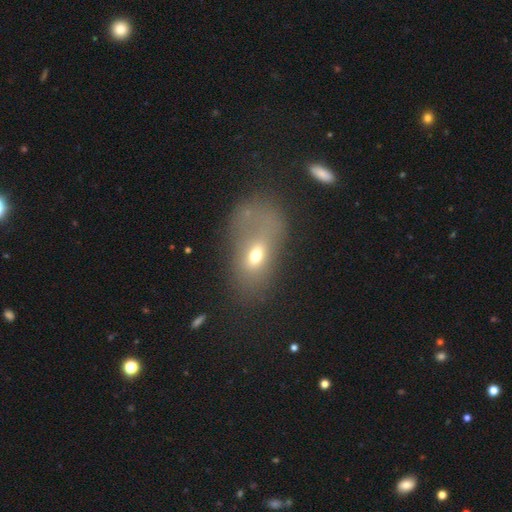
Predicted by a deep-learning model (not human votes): Morphology: type=smooth (58%); roundness=in between (80%); merging=none (52%).